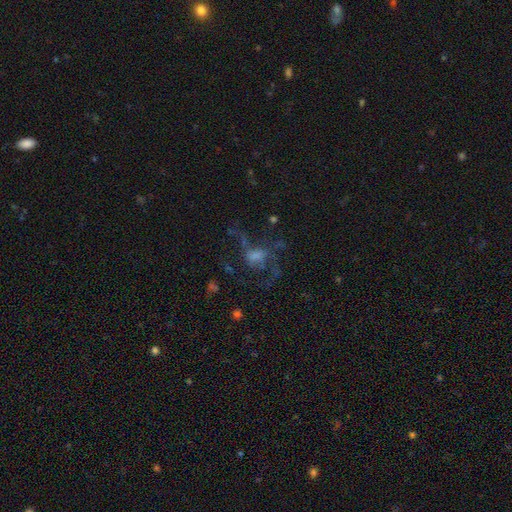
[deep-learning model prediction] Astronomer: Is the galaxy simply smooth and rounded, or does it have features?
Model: featured or disk — 57%.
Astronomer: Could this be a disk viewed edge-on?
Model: no — 96%.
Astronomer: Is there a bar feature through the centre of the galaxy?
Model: no — 64%.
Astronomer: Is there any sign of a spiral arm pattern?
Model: yes — 63%.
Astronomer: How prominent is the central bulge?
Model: moderate — 33% (runner-up: small, 26%).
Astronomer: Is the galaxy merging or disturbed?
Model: none — 43% (runner-up: major disturbance, 39%).